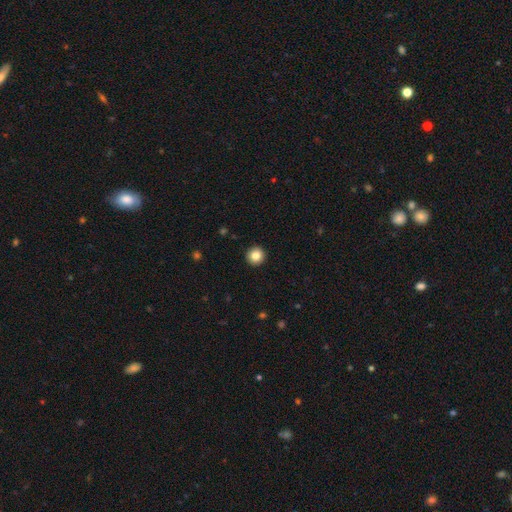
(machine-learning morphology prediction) This appears to be a smooth galaxy with no disk features (84%) that is round (95%). Merging: none (94%).